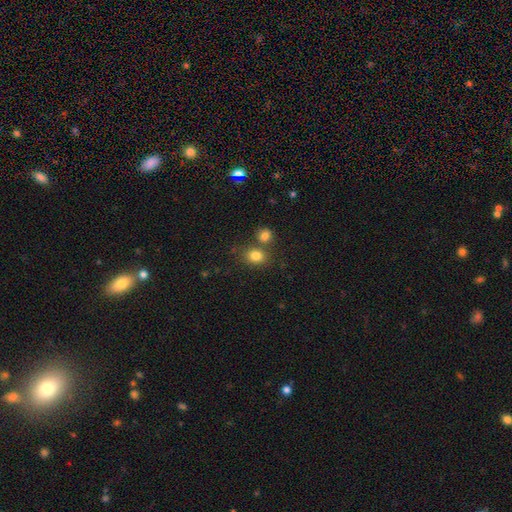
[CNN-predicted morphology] type=smooth (82%); roundness=round (56%); merging=none (62%).